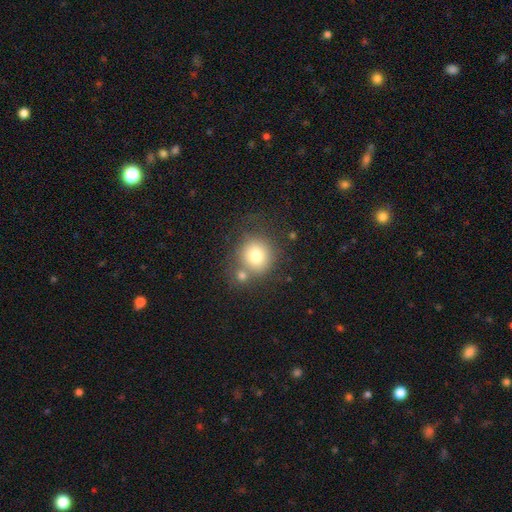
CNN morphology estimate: smooth 76%, featured or disk 13%, star or artifact 11%. Down the decision tree: how rounded — round (90%); merging — none (56%).